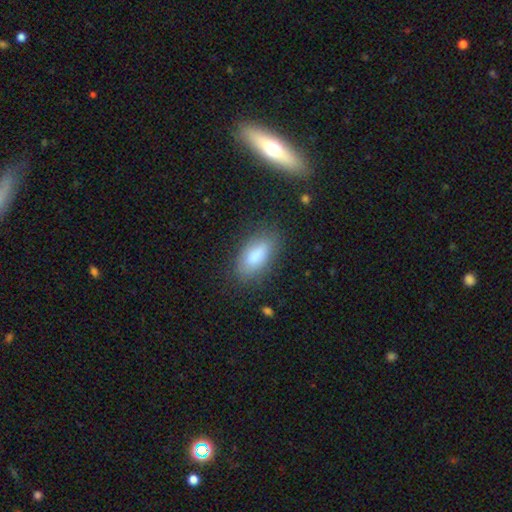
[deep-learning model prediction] The model was most divided on "merging": none: 79%, minor disturbance: 15%, major disturbance: 5%, merger: 2%. More confident: how rounded — in between (86%); smooth or featured — smooth (82%).